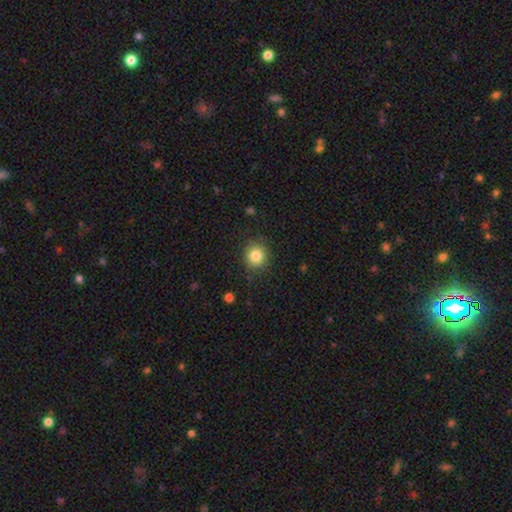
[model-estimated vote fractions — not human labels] Smooth or featured? Predicted: smooth (p=0.83). How rounded? Predicted: round (p=0.87). Merging? Predicted: none (p=0.86).